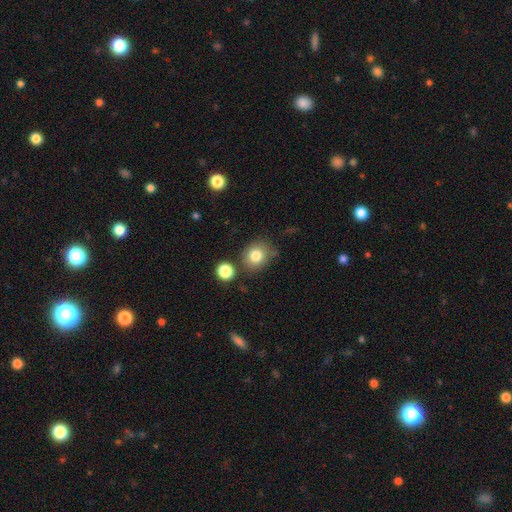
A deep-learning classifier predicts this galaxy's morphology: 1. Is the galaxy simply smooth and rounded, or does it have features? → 81% smooth, 11% star or artifact, 9% featured or disk.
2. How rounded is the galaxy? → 73% round, 26% in between, 1% cigar-shaped.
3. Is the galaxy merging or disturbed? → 72% none, 15% minor disturbance, 9% merger, 4% major disturbance.